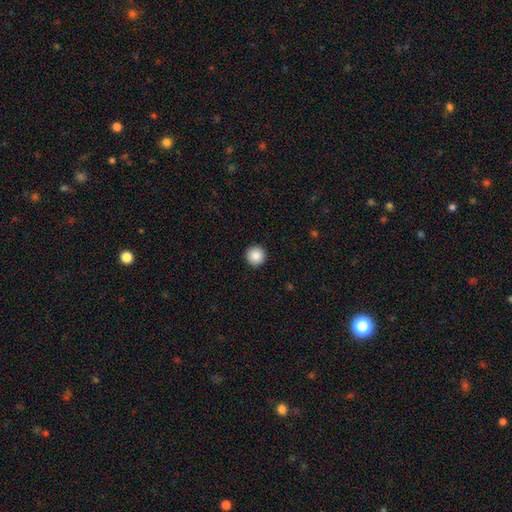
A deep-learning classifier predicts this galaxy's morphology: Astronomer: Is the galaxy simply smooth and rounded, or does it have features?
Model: smooth — 89%.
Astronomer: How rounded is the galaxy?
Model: round — 97%.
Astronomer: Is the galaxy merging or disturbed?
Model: none — 94%.